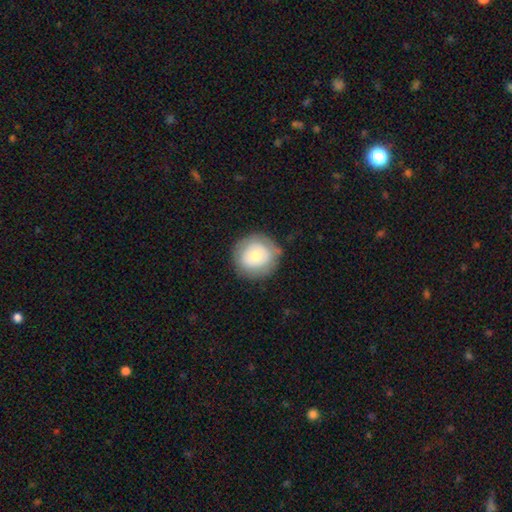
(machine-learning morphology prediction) Q: Smooth or featured?
A: smooth (63%); runner-up: featured or disk (30%)
Q: How rounded?
A: round (92%); runner-up: in between (7%)
Q: Merging?
A: none (79%); runner-up: minor disturbance (15%)